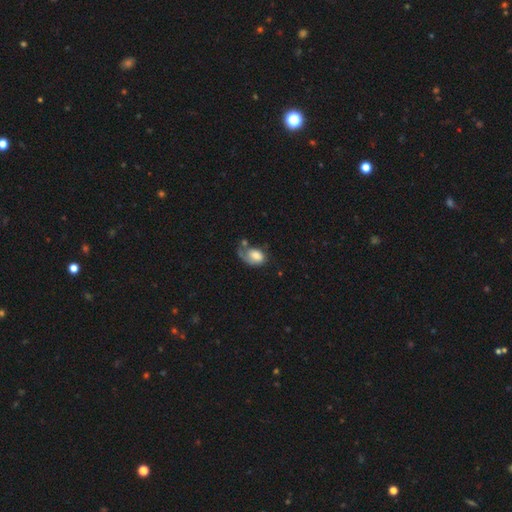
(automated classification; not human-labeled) Smooth or featured?
  - smooth: 51% *
  - featured or disk: 42%
  - star or artifact: 8%
How rounded?
  - in between: 78% *
  - round: 20%
  - cigar-shaped: 1%
Merging?
  - major disturbance: 38% *
  - none: 30%
  - minor disturbance: 19%
  - merger: 13%